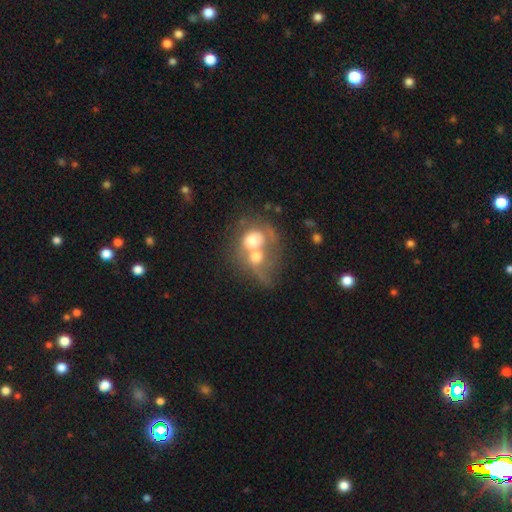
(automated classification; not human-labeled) Morphology: type=smooth (54%); roundness=round (59%); merging=merger (74%).